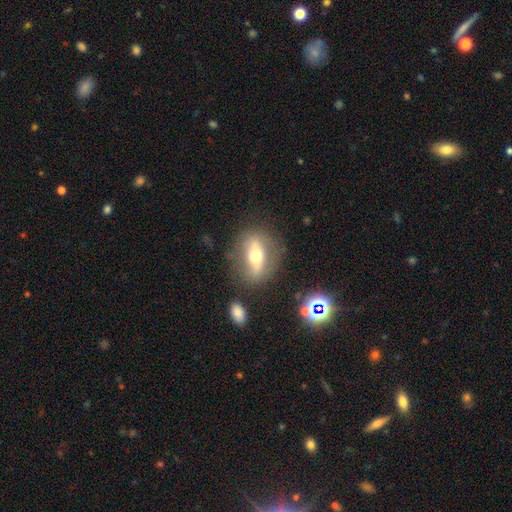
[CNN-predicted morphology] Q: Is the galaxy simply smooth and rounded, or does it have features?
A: featured or disk — 59%.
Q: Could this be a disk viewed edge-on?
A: no — 52%.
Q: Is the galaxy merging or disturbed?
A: none — 76%.